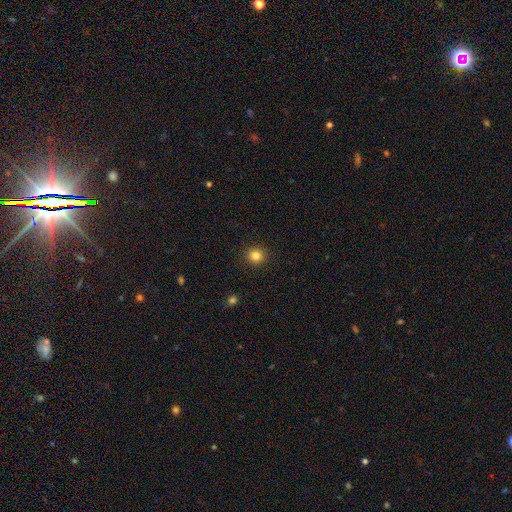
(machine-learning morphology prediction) A smooth galaxy with no disk features (83%) that is round (93%). Merging: none (92%).